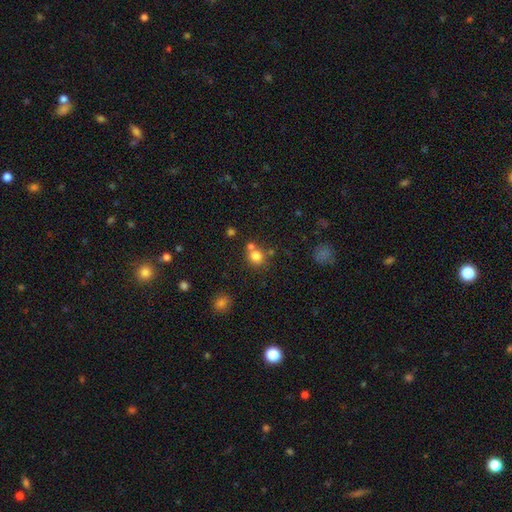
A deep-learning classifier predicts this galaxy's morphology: This appears to be a smooth galaxy with no disk features (79%) that is round (85%). Merging: none (56%).